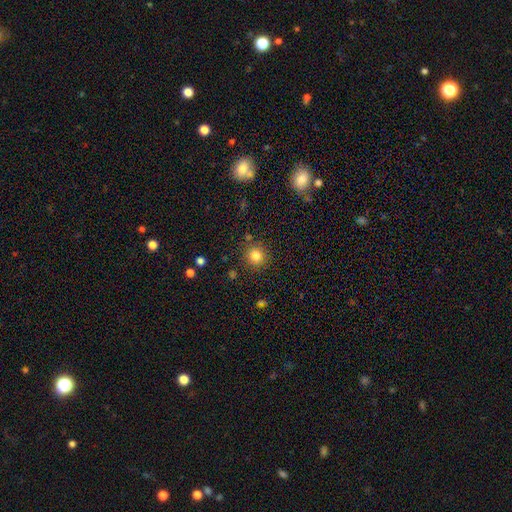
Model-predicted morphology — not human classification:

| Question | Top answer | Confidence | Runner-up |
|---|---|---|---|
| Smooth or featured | smooth | 83% | star or artifact (12%) |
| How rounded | round | 92% | in between (7%) |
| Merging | none | 86% | minor disturbance (8%) |